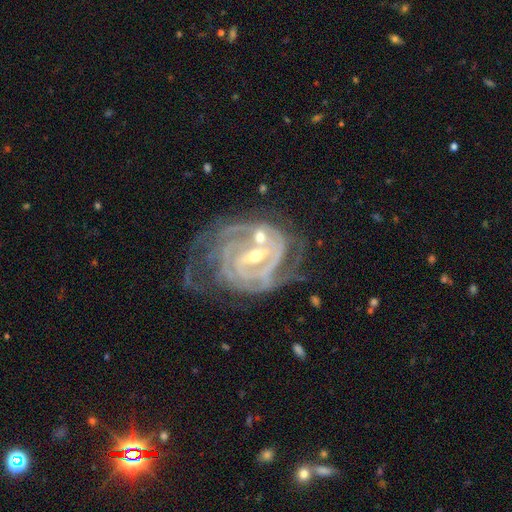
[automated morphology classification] smooth_or_featured: featured or disk (p=0.90) [alt: star or artifact p=0.05]
disk_edge_on: no (p=0.97) [alt: yes p=0.03]
bar: strong (p=0.46) [alt: weak p=0.37]
has_spiral_arms: yes (p=0.95) [alt: no p=0.05]
spiral_winding: tight (p=0.68) [alt: medium p=0.26]
spiral_arm_count: can't tell (p=0.27) [tied with: 2 p=0.27]
bulge_size: small (p=0.55) [alt: moderate p=0.41]
merging: none (p=0.41) [alt: minor disturbance p=0.20]